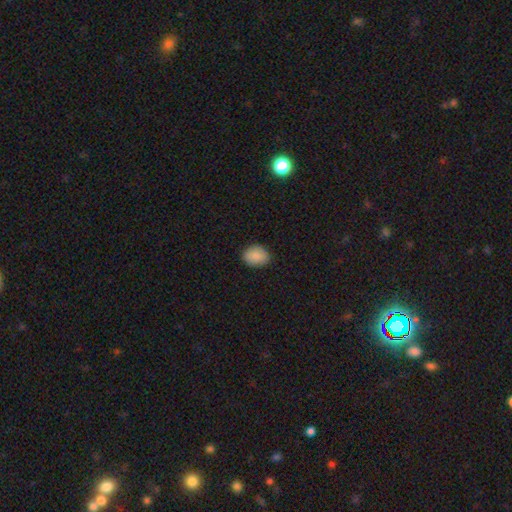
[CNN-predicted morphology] type=smooth (89%); roundness=in between (58%); merging=none (87%).